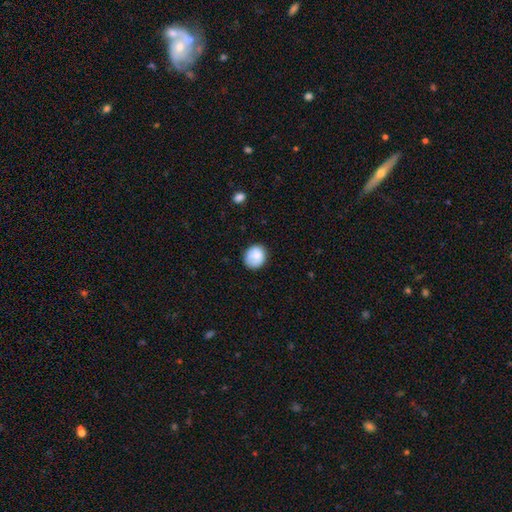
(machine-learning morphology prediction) A smooth galaxy with no disk features (83%) that is round (76%). Merging: none (80%).